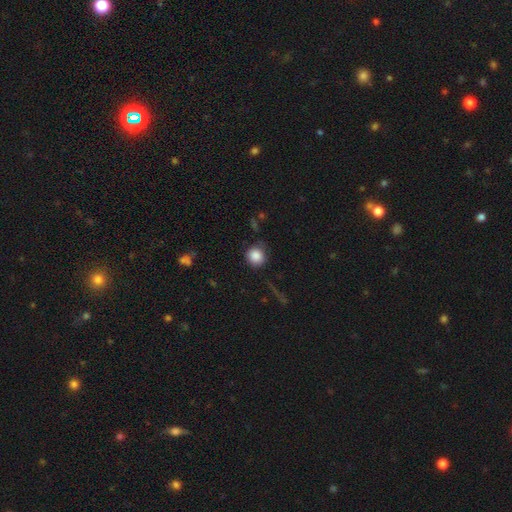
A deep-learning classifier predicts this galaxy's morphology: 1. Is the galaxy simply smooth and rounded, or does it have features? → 86% smooth, 9% star or artifact, 5% featured or disk.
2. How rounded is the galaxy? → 89% round, 10% in between, 1% cigar-shaped.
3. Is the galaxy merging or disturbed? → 75% none, 17% minor disturbance, 5% major disturbance, 2% merger.